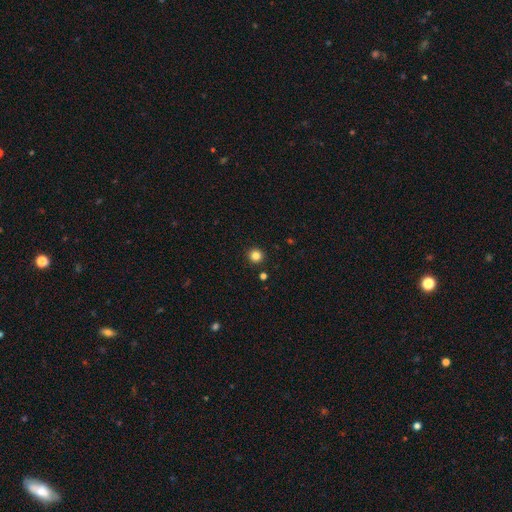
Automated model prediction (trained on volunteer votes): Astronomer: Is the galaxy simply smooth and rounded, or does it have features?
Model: smooth — 83%.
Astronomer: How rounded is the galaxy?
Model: round — 96%.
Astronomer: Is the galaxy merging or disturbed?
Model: none — 93%.